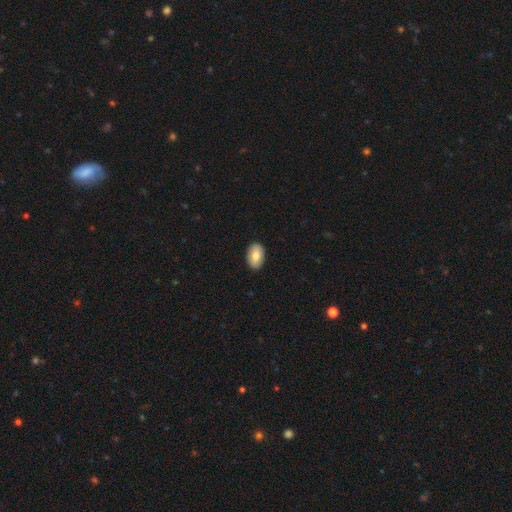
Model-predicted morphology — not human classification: A smooth galaxy with no disk features (78%) that is in between round and cigar-shaped (91%).

Vote fractions:
- Smooth or featured? smooth: 78% / featured or disk: 15% / star or artifact: 7%
- How rounded? in between: 91% / round: 8% / cigar-shaped: 1%
- Merging? none: 90% / minor disturbance: 8% / major disturbance: 2% / merger: 1%